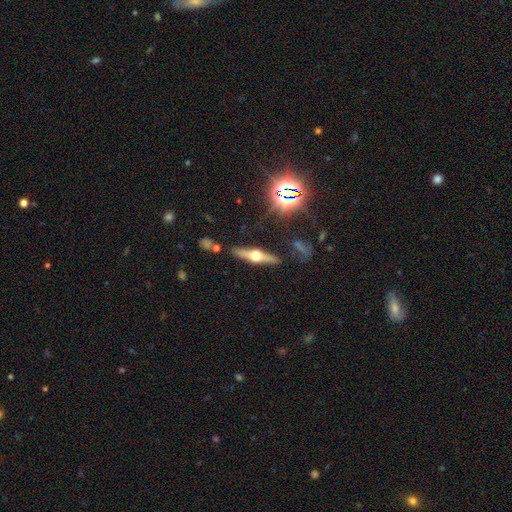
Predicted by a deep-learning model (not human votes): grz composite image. It shows a featured or disk galaxy (69%) viewed edge-on (95%) with a rounded central bulge (96%). Merging: none (86%).